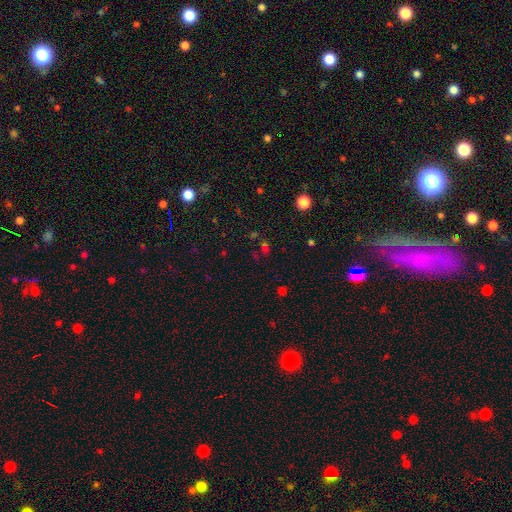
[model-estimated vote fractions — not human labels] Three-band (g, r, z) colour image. It shows a star or artifact, not a galaxy (52%).